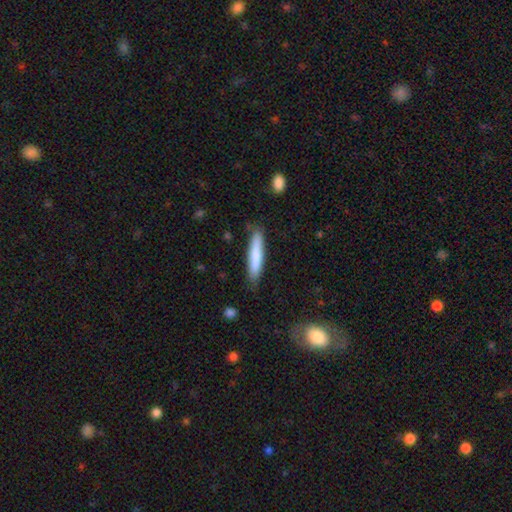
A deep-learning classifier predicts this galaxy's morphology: smooth 76%, featured or disk 18%, star or artifact 5%. Down the decision tree: how rounded — cigar-shaped (89%); merging — none (83%).